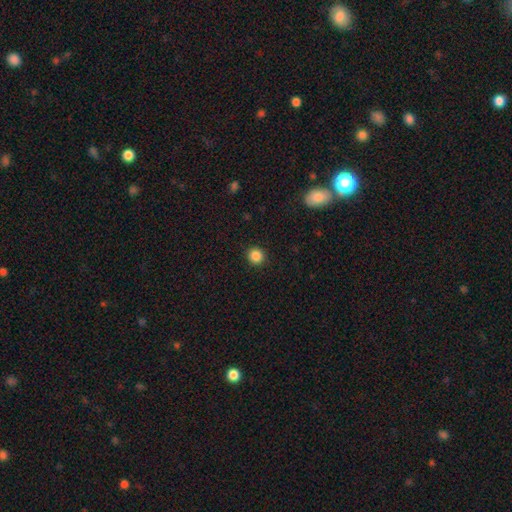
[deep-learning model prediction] Morphology: type=smooth (86%); roundness=round (93%); merging=none (92%).